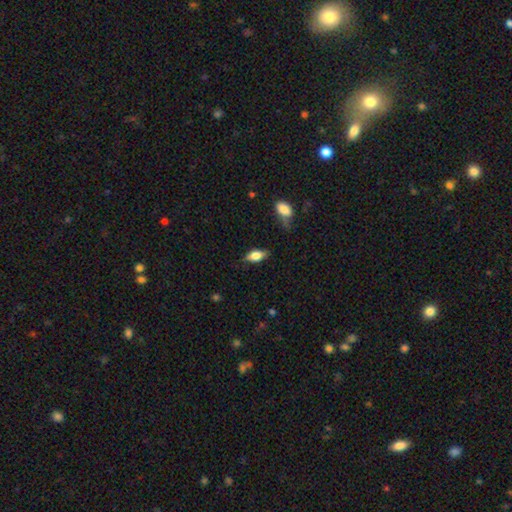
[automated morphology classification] Smooth or featured? Predicted: smooth (p=0.64). How rounded? Predicted: in between (p=0.82). Merging? Predicted: none (p=0.74).